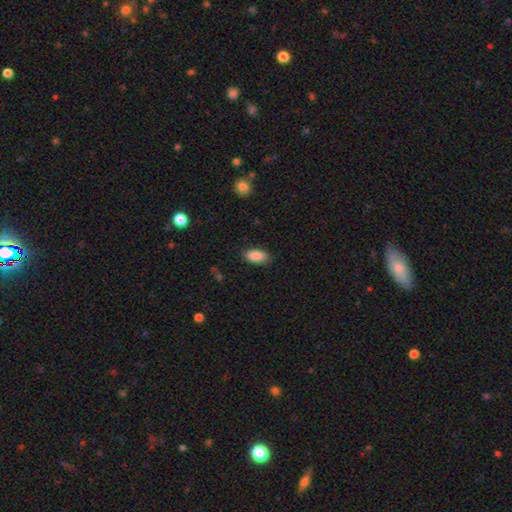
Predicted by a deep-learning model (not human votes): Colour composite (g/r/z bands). It shows a smooth galaxy with no disk features (89%) that is in between round and cigar-shaped (90%). Merging: none (85%).